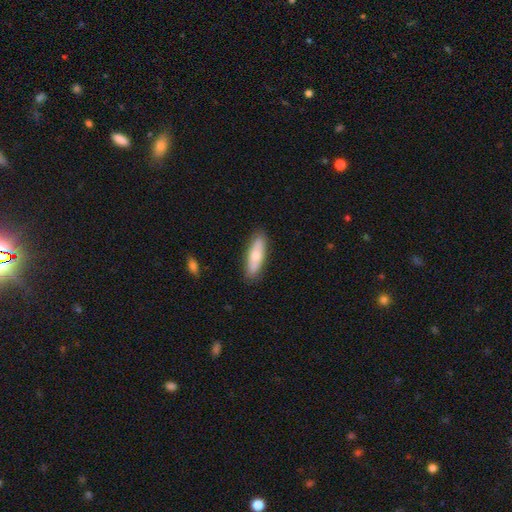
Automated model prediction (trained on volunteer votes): A smooth galaxy with no disk features (69%) that is cigar-shaped (52%). Merging: none (85%).